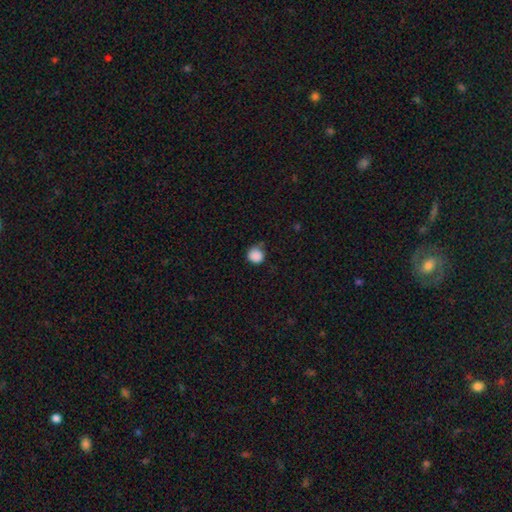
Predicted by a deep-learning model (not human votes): This is clearly a smooth galaxy (87%). How rounded: clearly round (91%). Merging: likely none (67%).